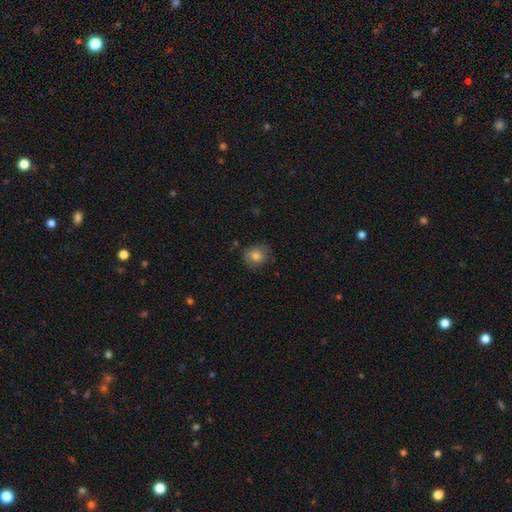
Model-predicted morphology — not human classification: smooth 78%, featured or disk 12%, star or artifact 10%. Down the decision tree: how rounded — round (79%); merging — none (76%).